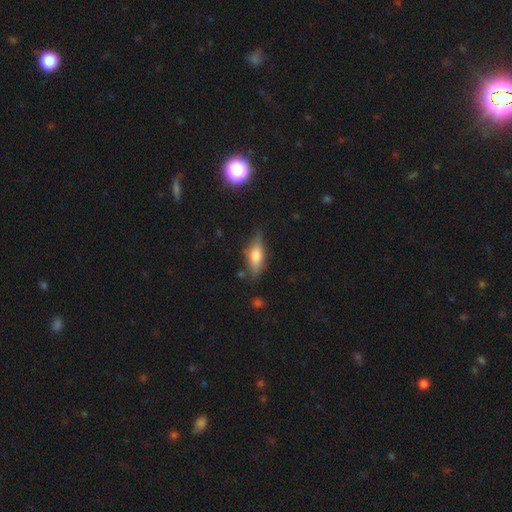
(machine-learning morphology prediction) Q: Smooth or featured?
A: smooth (56%); runner-up: featured or disk (36%)
Q: How rounded?
A: in between (62%); runner-up: cigar-shaped (35%)
Q: Merging?
A: none (76%); runner-up: minor disturbance (17%)